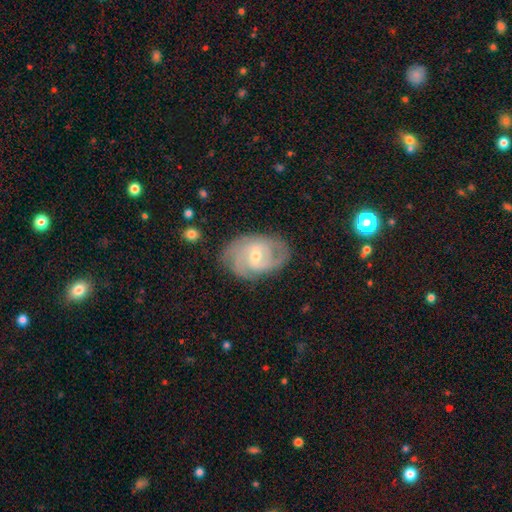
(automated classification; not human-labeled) smooth-or-featured: featured or disk: 83% | smooth: 12% | star or artifact: 6%
  disk-edge-on: no: 97% | yes: 3%
    bar: weak: 52% | no: 34% | strong: 13%
    has-spiral-arms: yes: 94% | no: 6%
      spiral-winding: tight: 54% | medium: 37% | loose: 9%
      spiral-arm-count: 2: 40% | can't tell: 23% | 3: 23% | 4: 6% | 1: 4% | more than 4: 4%
    bulge-size: small: 50% | moderate: 47% | large: 1% | none: 1% | dominant: 1%
  merging: none: 74% | minor disturbance: 18% | major disturbance: 6% | merger: 1%